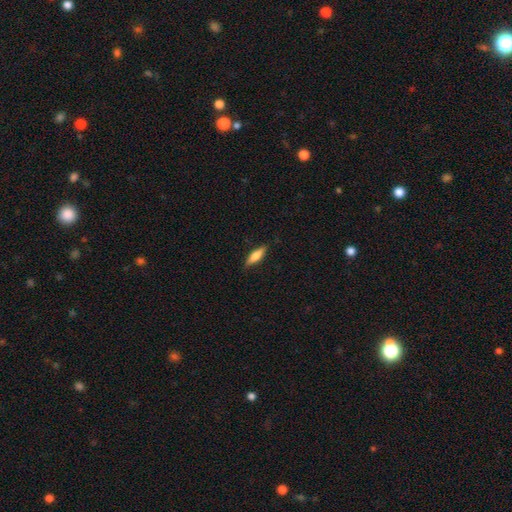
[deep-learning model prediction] A smooth galaxy with no disk features (71%) that is cigar-shaped (56%).

Vote fractions:
- Smooth or featured? smooth: 71% / featured or disk: 23% / star or artifact: 6%
- How rounded? cigar-shaped: 56% / in between: 42% / round: 2%
- Merging? none: 83% / minor disturbance: 13% / major disturbance: 2% / merger: 1%